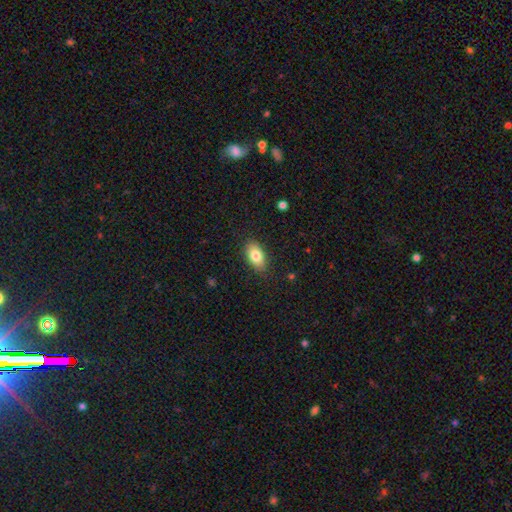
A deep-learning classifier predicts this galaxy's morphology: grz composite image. It shows a smooth galaxy with no disk features (81%) that is in between round and cigar-shaped (91%). Merging: none (85%).